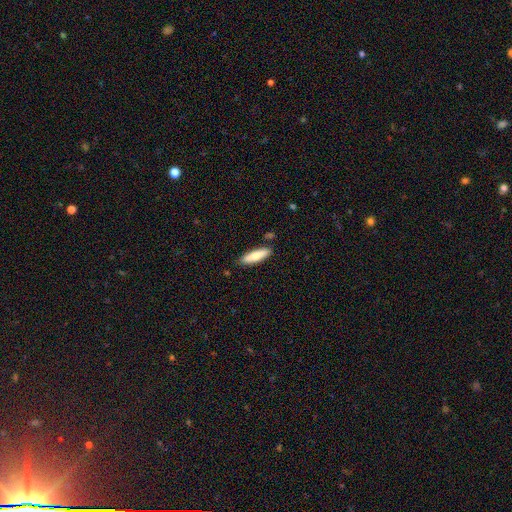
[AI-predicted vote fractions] Smooth or featured? Predicted: smooth (p=0.73). How rounded? Predicted: cigar-shaped (p=0.64). Merging? Predicted: none (p=0.85).